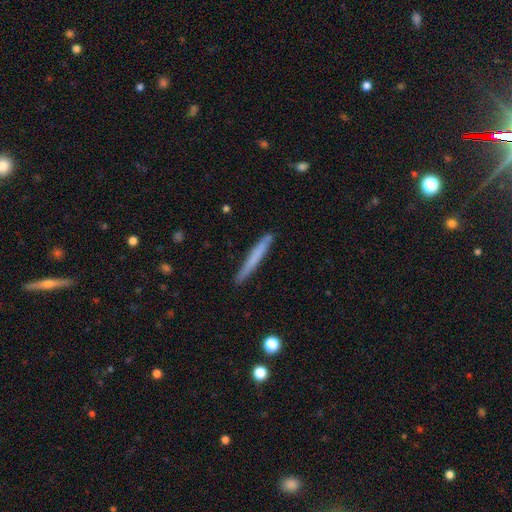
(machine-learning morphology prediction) smooth 64%, featured or disk 30%, star or artifact 6%. Down the decision tree: how rounded — cigar-shaped (97%); merging — none (87%).